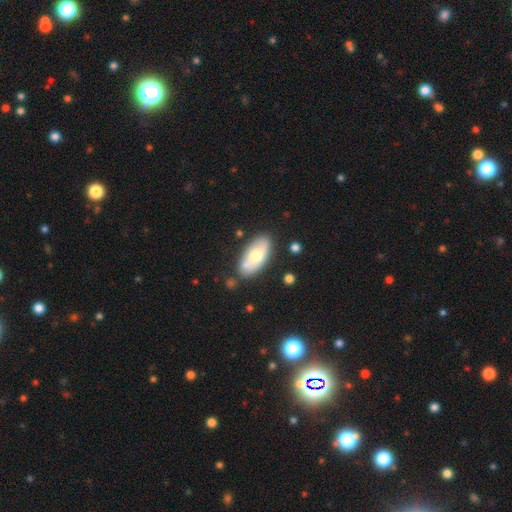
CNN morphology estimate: smooth-or-featured: smooth: 61% | featured or disk: 33% | star or artifact: 6%
  how-rounded: in between: 90% | cigar-shaped: 7% | round: 3%
  merging: none: 71% | minor disturbance: 16% | merger: 9% | major disturbance: 4%